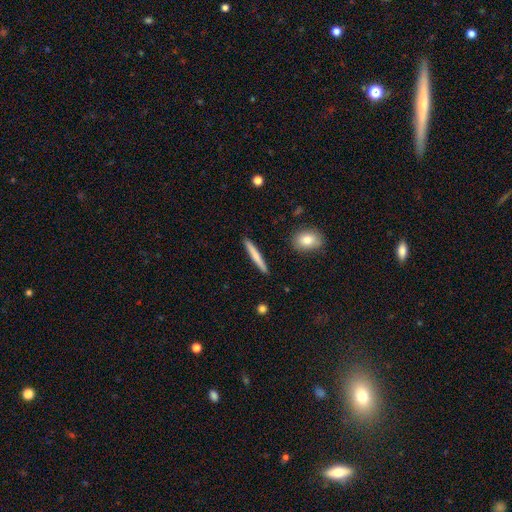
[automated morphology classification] This appears to be a smooth galaxy with no disk features (68%) that is cigar-shaped (95%). Merging: none (92%).